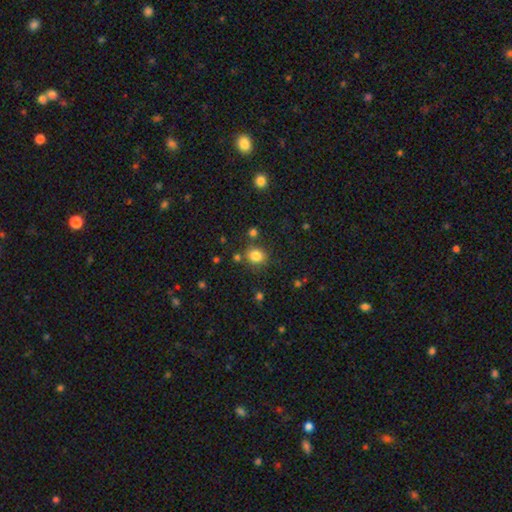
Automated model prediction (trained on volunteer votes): Smooth or featured? Predicted: smooth (p=0.83). How rounded? Predicted: round (p=0.79). Merging? Predicted: none (p=0.78).